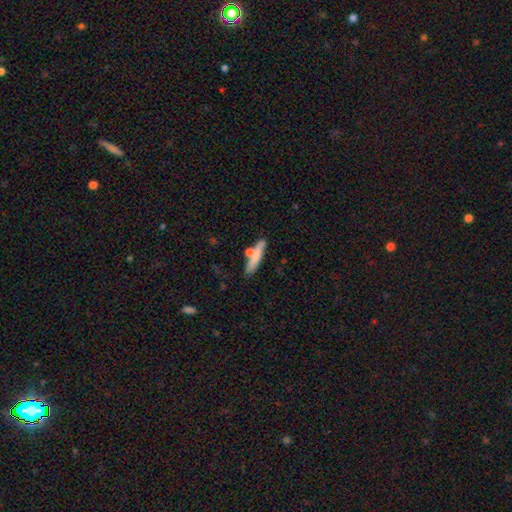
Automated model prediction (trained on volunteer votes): A smooth galaxy with no disk features (71%) that is cigar-shaped (85%).

Vote fractions:
- Smooth or featured? smooth: 71% / featured or disk: 23% / star or artifact: 6%
- How rounded? cigar-shaped: 85% / in between: 12% / round: 2%
- Merging? none: 67% / merger: 15% / minor disturbance: 14% / major disturbance: 4%